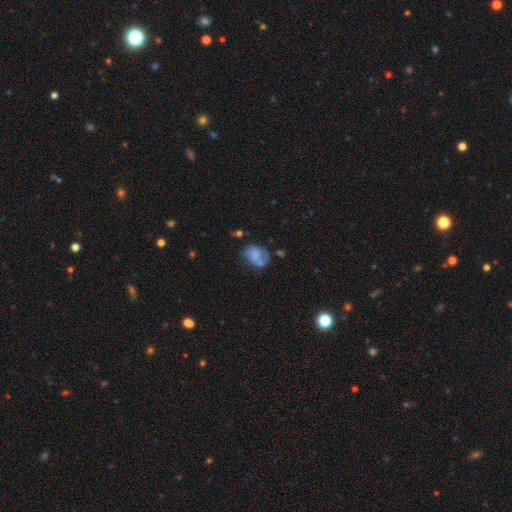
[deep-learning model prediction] Smooth or featured: featured or disk — 50% (smooth — 41%)
Edge-on disk: no — 98% (yes — 2%)
Merging: none — 47% (minor disturbance — 25%)